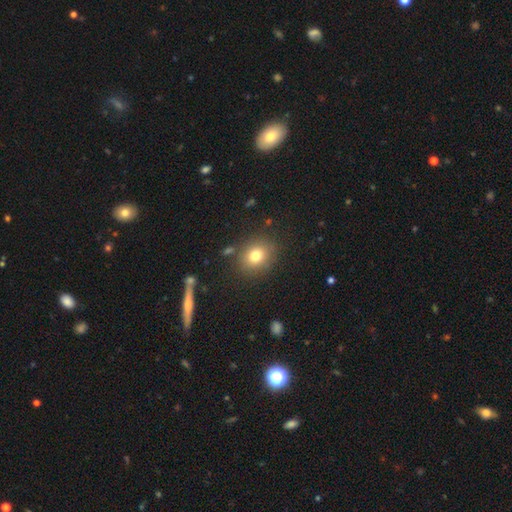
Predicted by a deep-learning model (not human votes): This appears to be a smooth galaxy with no disk features (77%) that is round (71%). Merging: none (84%).